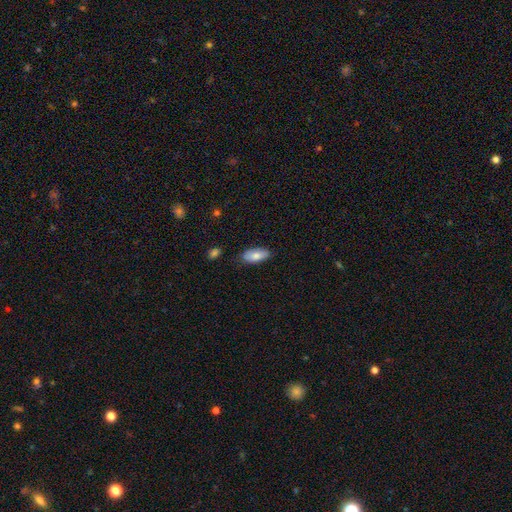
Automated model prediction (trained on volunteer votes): Smooth or featured? smooth (80%)
How rounded? in between (89%)
Merging? none (80%)